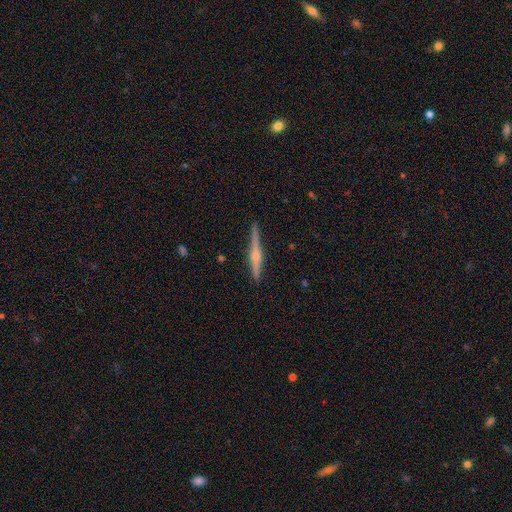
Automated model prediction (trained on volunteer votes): Smooth or featured?
  - featured or disk: 75% *
  - smooth: 19%
  - star or artifact: 6%
Edge-on disk?
  - yes: 98% *
  - no: 2%
Edge-on bulge?
  - rounded: 81% *
  - boxy: 10%
  - none: 9%
Merging?
  - none: 90% *
  - minor disturbance: 8%
  - major disturbance: 1%
  - merger: 1%